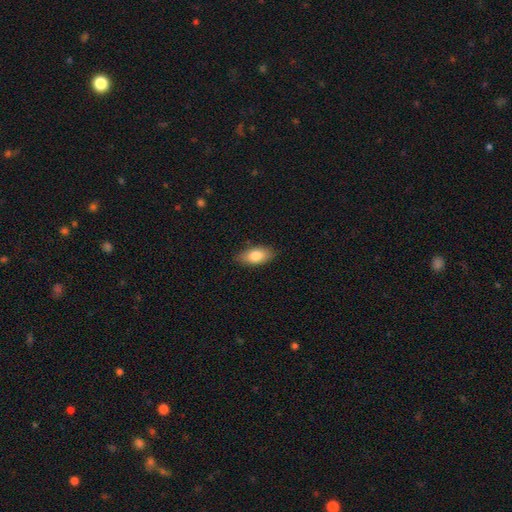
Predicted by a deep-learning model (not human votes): This appears to be a smooth galaxy with no disk features (81%) that is in between round and cigar-shaped (91%). Merging: none (85%).